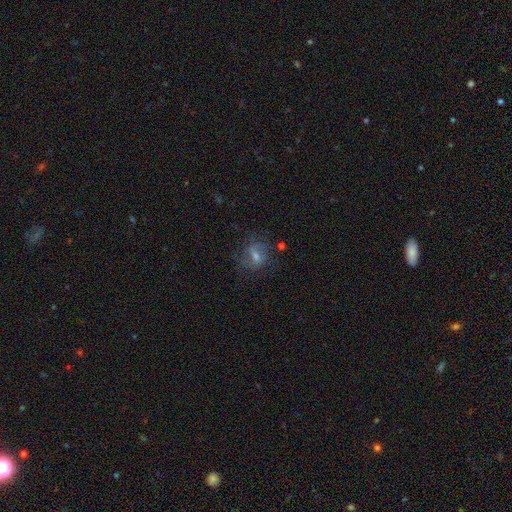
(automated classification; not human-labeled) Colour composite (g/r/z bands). It shows a featured or disk galaxy (45%). Merging: none (58%).